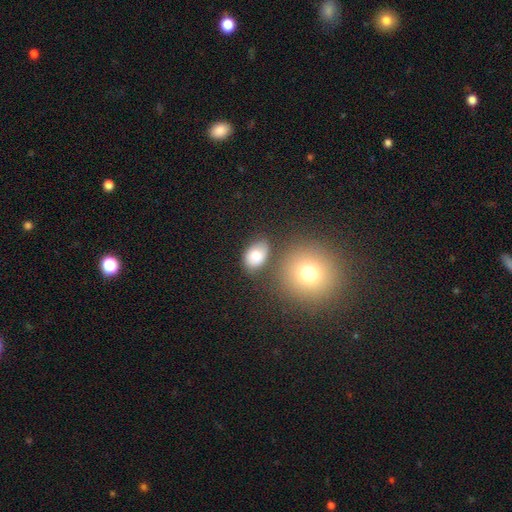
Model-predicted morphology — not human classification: A smooth galaxy with no disk features (76%) that is in between round and cigar-shaped (77%).

Vote fractions:
- Smooth or featured? smooth: 76% / featured or disk: 14% / star or artifact: 9%
- How rounded? in between: 77% / round: 22% / cigar-shaped: 1%
- Merging? none: 69% / minor disturbance: 15% / merger: 11% / major disturbance: 5%